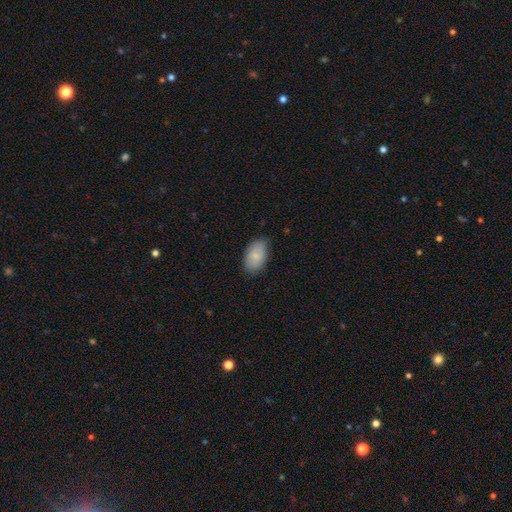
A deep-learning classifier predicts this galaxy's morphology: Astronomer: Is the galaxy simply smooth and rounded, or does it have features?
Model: smooth — 84%.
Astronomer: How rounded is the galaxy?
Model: in between — 93%.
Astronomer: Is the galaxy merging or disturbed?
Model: none — 79%.